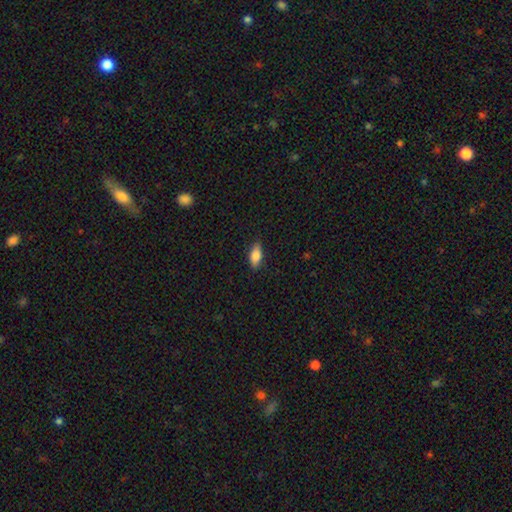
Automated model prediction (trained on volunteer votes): Smooth or featured: smooth — 82% (featured or disk — 12%)
How rounded: in between — 84% (cigar-shaped — 13%)
Merging: none — 83% (minor disturbance — 13%)